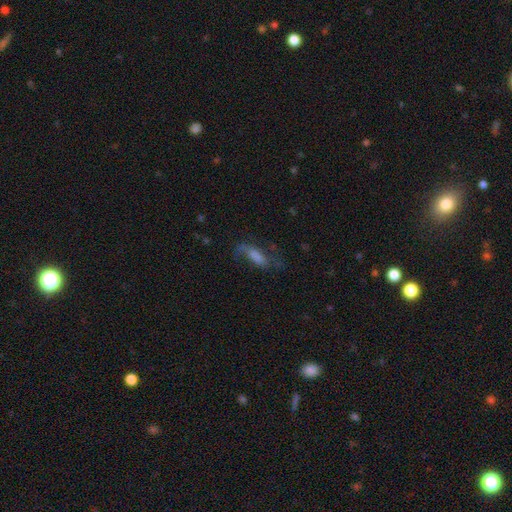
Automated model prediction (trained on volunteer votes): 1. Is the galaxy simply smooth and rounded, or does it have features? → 52% featured or disk, 35% smooth, 14% star or artifact.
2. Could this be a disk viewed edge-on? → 85% no, 15% yes.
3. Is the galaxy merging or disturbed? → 53% none, 24% major disturbance, 20% minor disturbance, 3% merger.